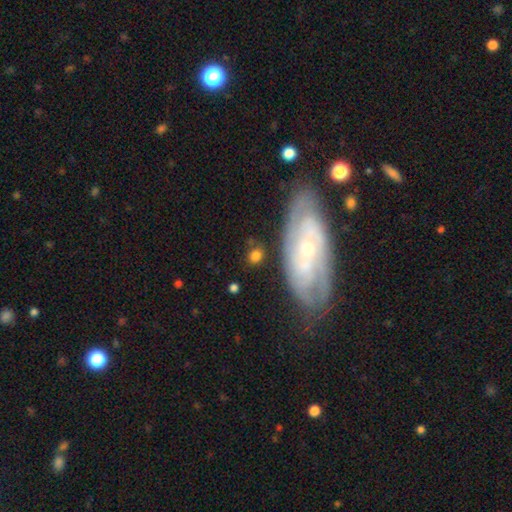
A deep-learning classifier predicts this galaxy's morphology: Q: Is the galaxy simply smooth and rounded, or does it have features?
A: smooth — 68%.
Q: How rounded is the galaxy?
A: round — 61%.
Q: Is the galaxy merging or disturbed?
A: none — 74%.